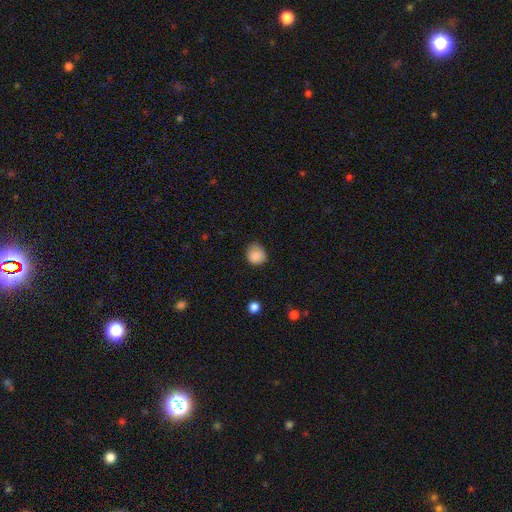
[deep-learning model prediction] This appears to be a smooth galaxy with no disk features (87%) that is round (83%). Merging: none (71%).